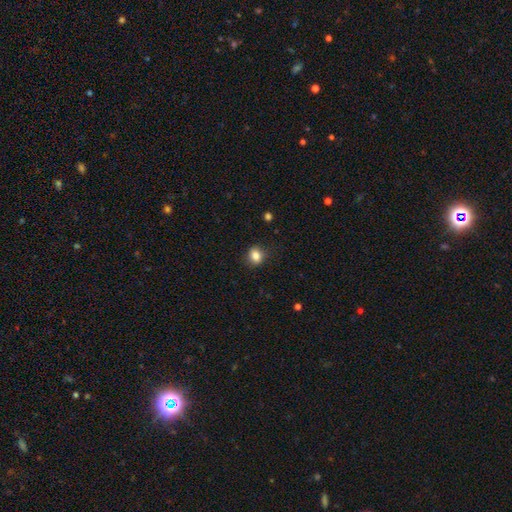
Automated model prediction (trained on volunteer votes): A smooth galaxy with no disk features (84%) that is round (55%).

Vote fractions:
- Smooth or featured? smooth: 84% / star or artifact: 10% / featured or disk: 6%
- How rounded? round: 55% / in between: 44% / cigar-shaped: 1%
- Merging? none: 84% / minor disturbance: 12% / major disturbance: 3% / merger: 1%